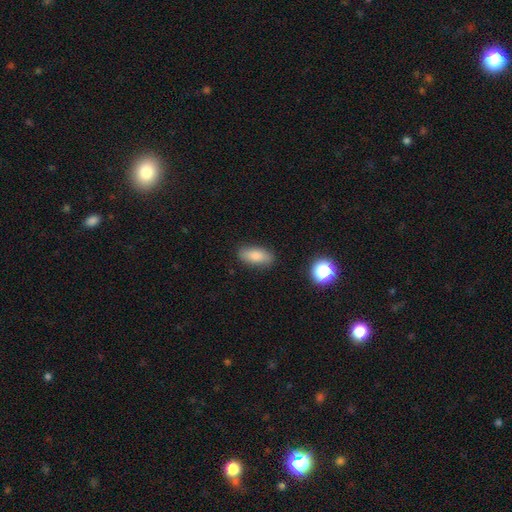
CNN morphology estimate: Smooth or featured? smooth (83%)
How rounded? in between (83%)
Merging? none (85%)